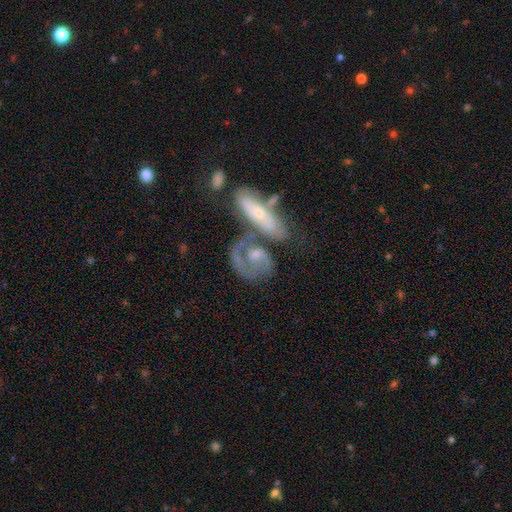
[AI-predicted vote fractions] Smooth or featured: featured or disk — 66% (smooth — 27%)
Edge-on disk: no — 91% (yes — 9%)
Bar: no — 66% (weak — 27%)
Spiral arms: yes — 72% (no — 28%)
Bulge size: moderate — 43% (small — 36%)
Merging: merger — 35% (none — 33%)